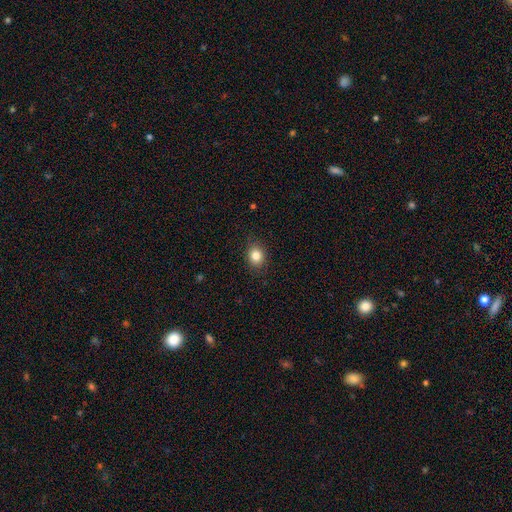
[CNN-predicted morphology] A smooth galaxy with no disk features (83%) that is round (58%). Merging: none (85%).